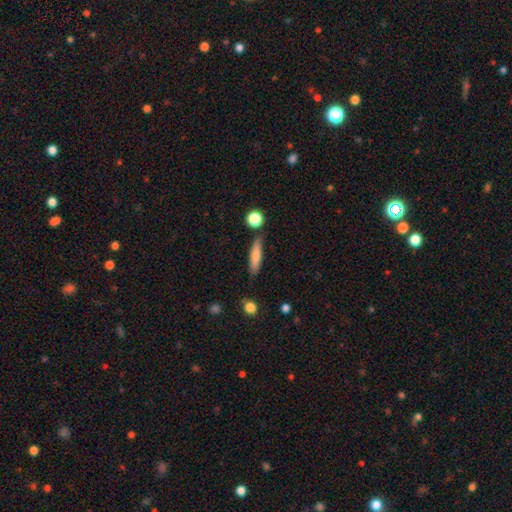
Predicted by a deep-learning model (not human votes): This appears to be a smooth galaxy with no disk features (74%) that is cigar-shaped (78%). Merging: none (78%).